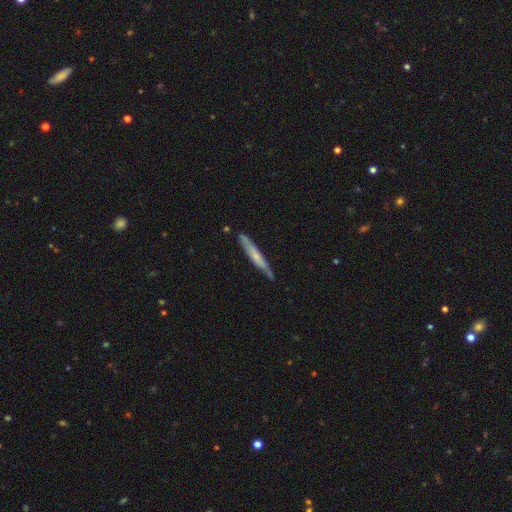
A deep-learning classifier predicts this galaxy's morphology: Smooth or featured?
  - featured or disk: 49% *
  - smooth: 45%
  - star or artifact: 6%
Merging?
  - none: 76% *
  - minor disturbance: 18%
  - major disturbance: 3%
  - merger: 2%